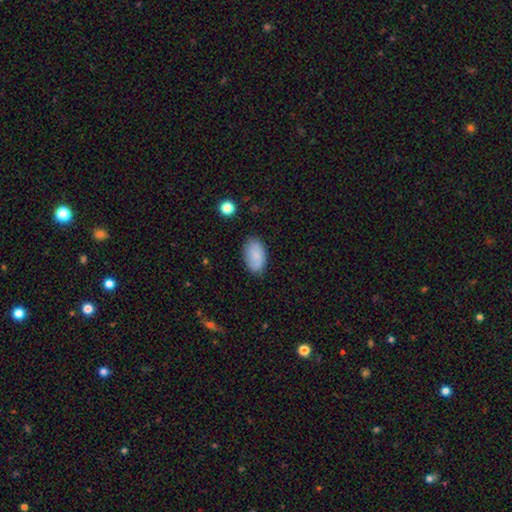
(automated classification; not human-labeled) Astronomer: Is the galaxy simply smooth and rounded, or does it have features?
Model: smooth — 82%.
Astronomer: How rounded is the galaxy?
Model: in between — 94%.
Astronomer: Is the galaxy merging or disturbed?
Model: none — 81%.